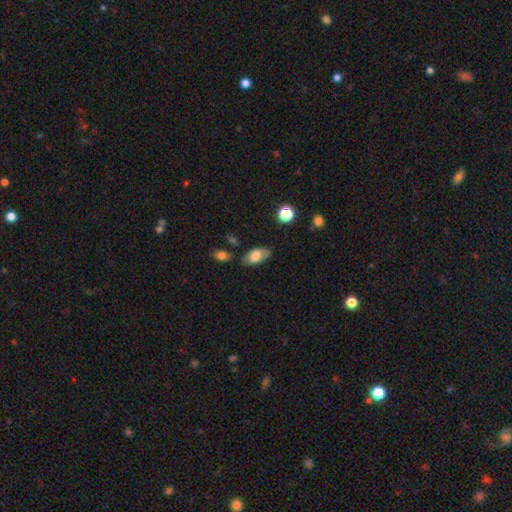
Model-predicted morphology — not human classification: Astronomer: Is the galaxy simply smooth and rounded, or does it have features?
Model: smooth — 69%.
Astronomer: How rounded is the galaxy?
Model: in between — 92%.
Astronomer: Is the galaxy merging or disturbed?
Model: none — 70%.